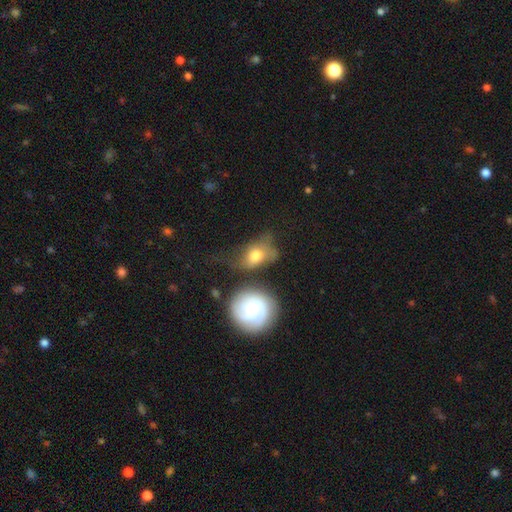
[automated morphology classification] This is possibly a smooth galaxy (53%). How rounded: likely in between (71%). Merging: marginally none (34%).